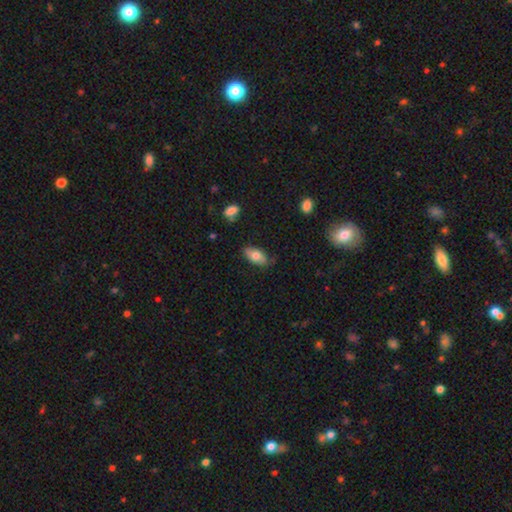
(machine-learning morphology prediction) smooth_or_featured: smooth (p=0.72) [alt: featured or disk p=0.22]
how_rounded: in between (p=0.92) [alt: cigar-shaped p=0.05]
merging: none (p=0.74) [alt: minor disturbance p=0.21]